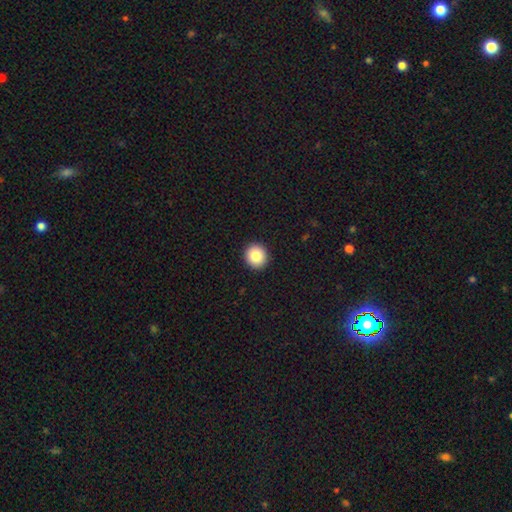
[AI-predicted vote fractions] This is clearly a smooth galaxy (84%). How rounded: clearly round (88%). Merging: clearly none (93%).